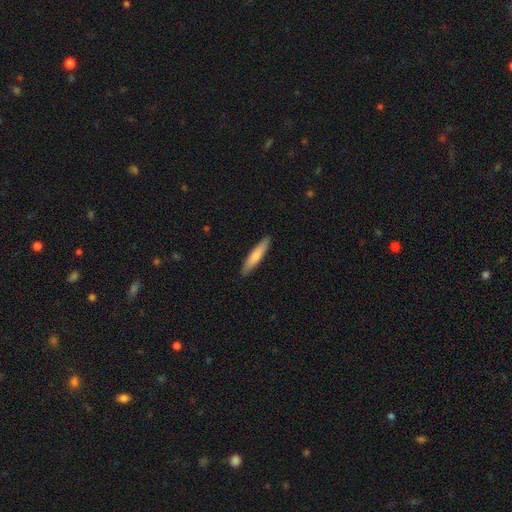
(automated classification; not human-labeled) Overall: smooth (73%). How rounded: cigar-shaped (88%). Merging: none (90%).